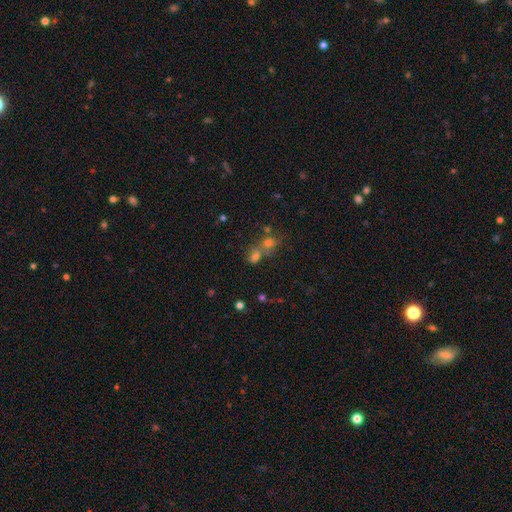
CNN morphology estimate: type=smooth (60%); roundness=round (67%); merging=merger (49%).